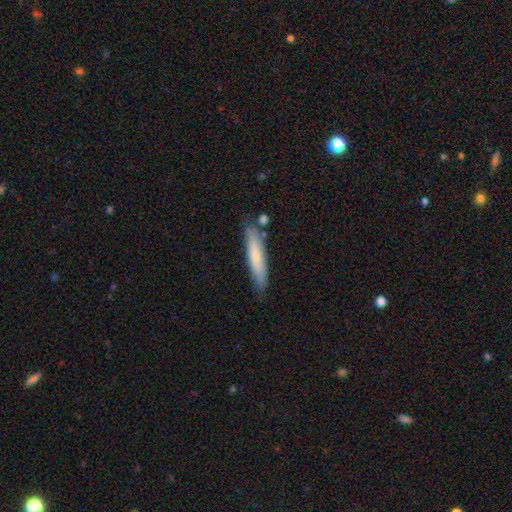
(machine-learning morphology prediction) type=smooth (72%); roundness=cigar-shaped (89%); merging=none (80%).